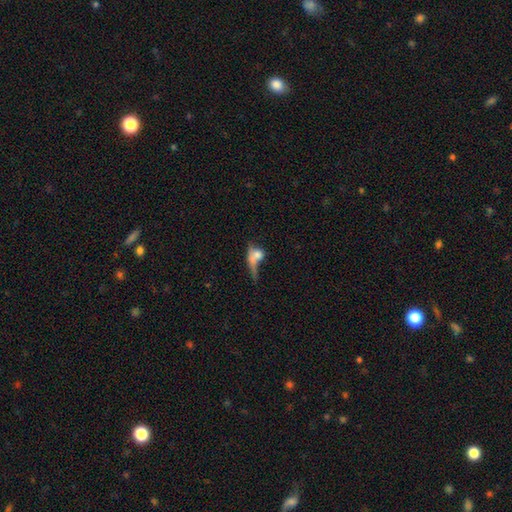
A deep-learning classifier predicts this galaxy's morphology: The model was most divided on "how rounded": in between: 47%, round: 38%, cigar-shaped: 15%. Remaining: smooth or featured — smooth (60%); merging — merger (43%).